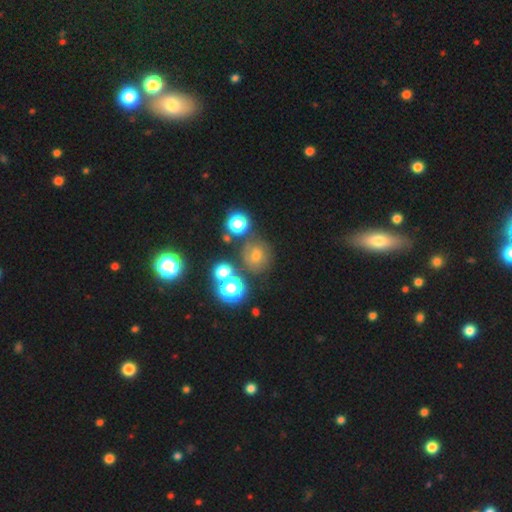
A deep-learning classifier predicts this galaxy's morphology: smooth-or-featured: smooth: 49% | star or artifact: 30% | featured or disk: 21%
  merging: none: 68% | minor disturbance: 13% | merger: 13% | major disturbance: 7%